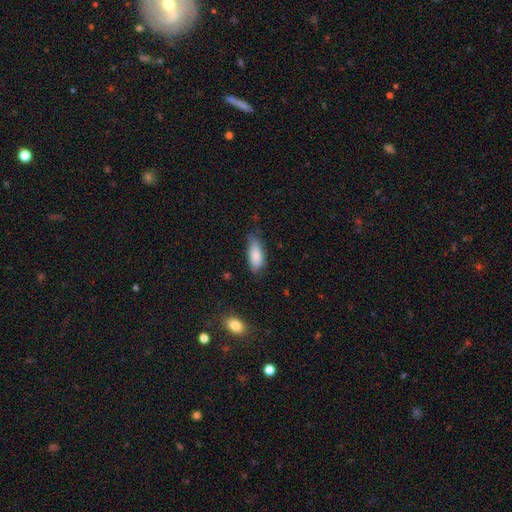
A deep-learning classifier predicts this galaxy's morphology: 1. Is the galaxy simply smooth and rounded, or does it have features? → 84% smooth, 10% featured or disk, 6% star or artifact.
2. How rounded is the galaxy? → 78% in between, 20% cigar-shaped, 2% round.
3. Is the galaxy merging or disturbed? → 62% none, 30% minor disturbance, 6% major disturbance, 2% merger.